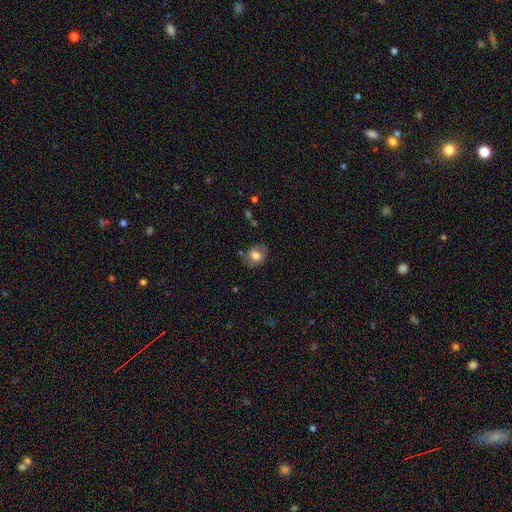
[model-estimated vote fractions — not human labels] Smooth or featured? Predicted: smooth (p=0.73). How rounded? Predicted: in between (p=0.50). Merging? Predicted: none (p=0.74).